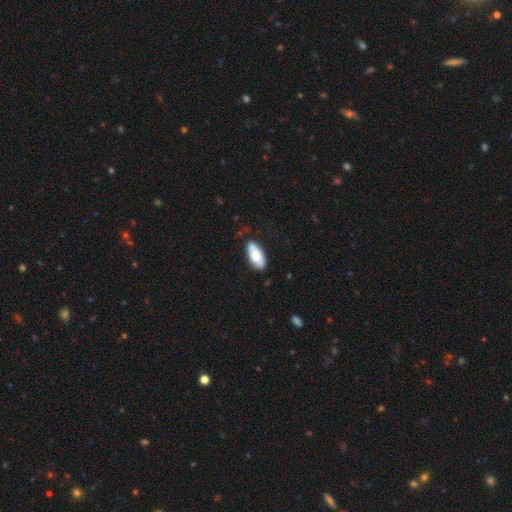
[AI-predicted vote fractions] The model was most divided on "smooth or featured": smooth: 65%, featured or disk: 30%, star or artifact: 6%. More confident: how rounded — in between (89%); merging — none (80%).